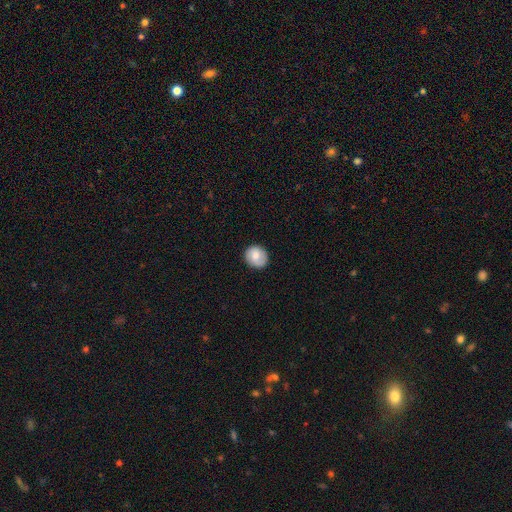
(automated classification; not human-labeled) Morphology: type=smooth (71%); roundness=round (79%); merging=none (85%).